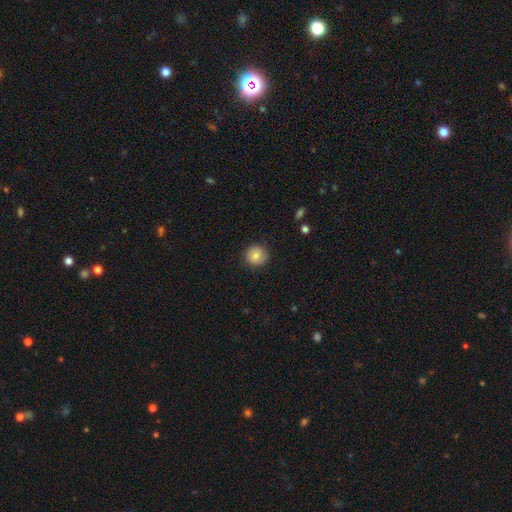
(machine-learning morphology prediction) A smooth galaxy with no disk features (84%) that is round (92%). Merging: none (86%).